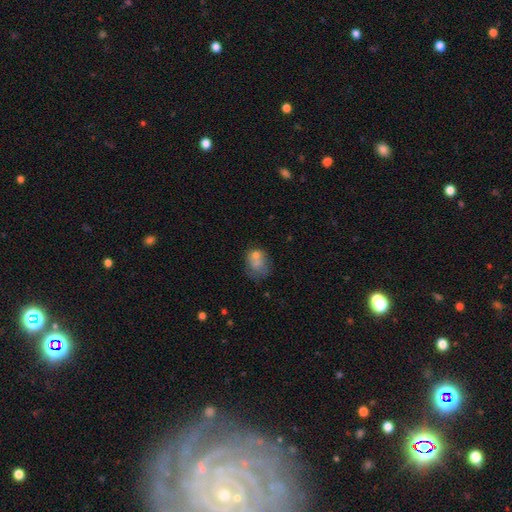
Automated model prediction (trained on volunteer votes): Overall: smooth (66%). How rounded: in between (55%; round 44%). Merging: none (32%; merger 31%).